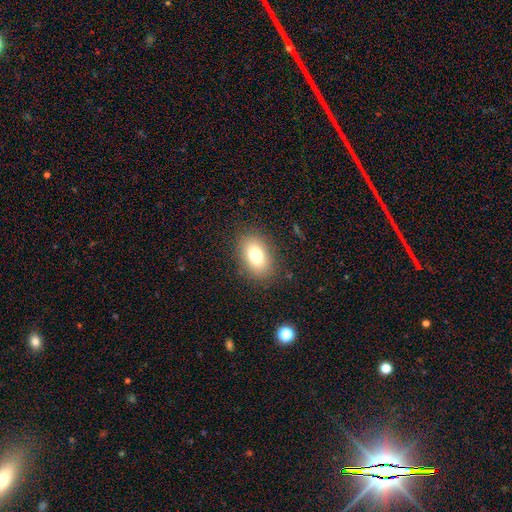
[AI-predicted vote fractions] Smooth or featured? Predicted: smooth (p=0.79). How rounded? Predicted: in between (p=0.87). Merging? Predicted: none (p=0.85).